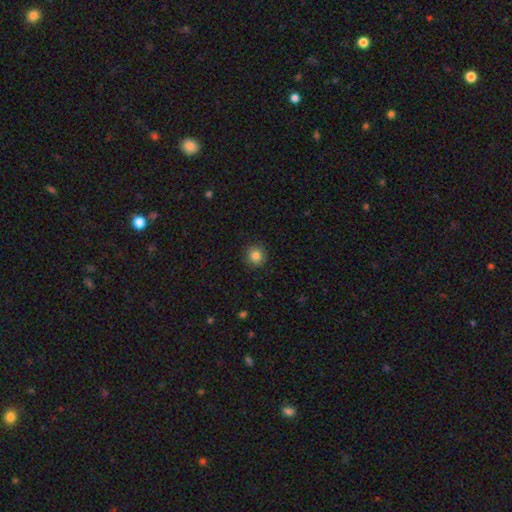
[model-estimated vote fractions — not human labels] Smooth or featured? Predicted: smooth (p=0.84). How rounded? Predicted: round (p=0.93). Merging? Predicted: none (p=0.91).